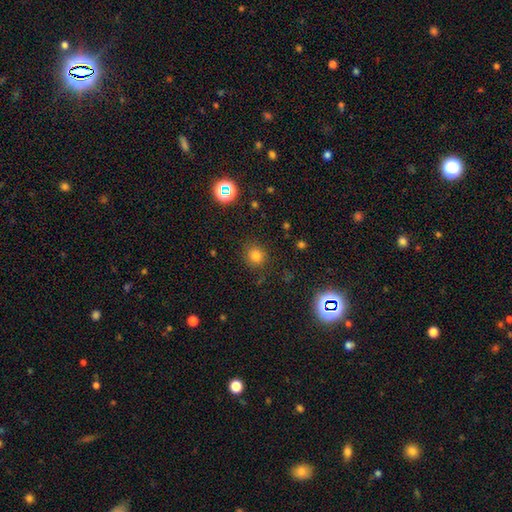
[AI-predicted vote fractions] smooth 77%, star or artifact 17%, featured or disk 6%. Down the decision tree: how rounded — round (89%); merging — none (84%).